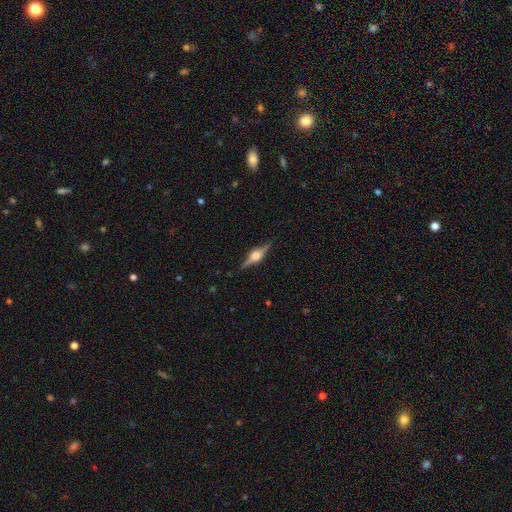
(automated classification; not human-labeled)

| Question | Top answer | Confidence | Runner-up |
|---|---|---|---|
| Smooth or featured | featured or disk | 82% | smooth (11%) |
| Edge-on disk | yes | 98% | no (2%) |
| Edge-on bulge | rounded | 91% | boxy (8%) |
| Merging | none | 89% | minor disturbance (8%) |